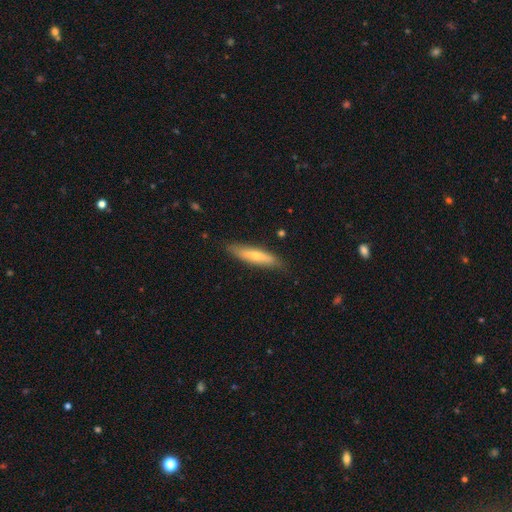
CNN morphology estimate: type=smooth (58%); roundness=cigar-shaped (81%); merging=none (83%).